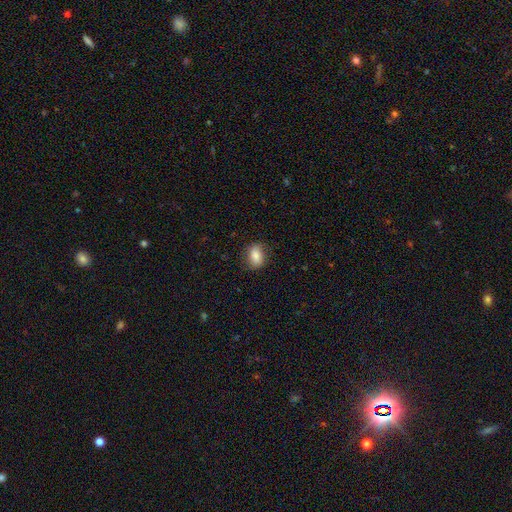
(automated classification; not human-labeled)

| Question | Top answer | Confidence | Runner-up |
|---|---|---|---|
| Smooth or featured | smooth | 78% | featured or disk (14%) |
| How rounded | in between | 77% | round (21%) |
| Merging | none | 81% | minor disturbance (14%) |